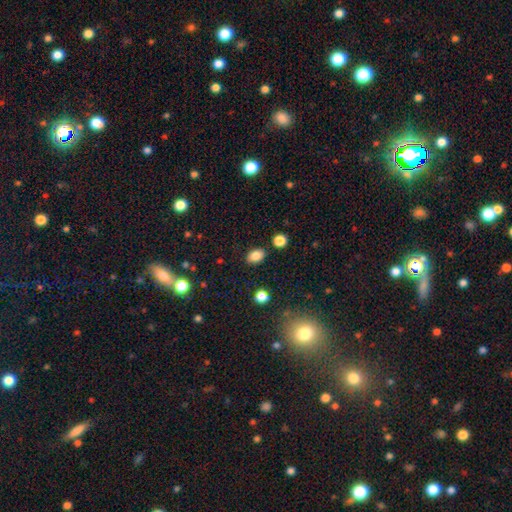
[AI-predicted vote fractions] Overall: smooth (84%). How rounded: in between (81%). Merging: none (84%).